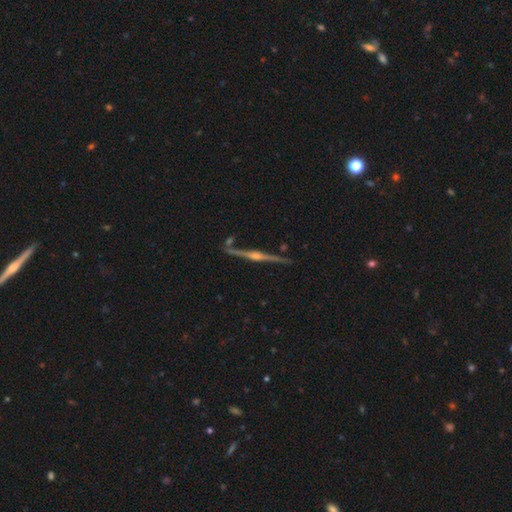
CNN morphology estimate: This appears to be a featured or disk galaxy (89%) viewed edge-on (98%) with a rounded central bulge (89%). Merging: none (83%).